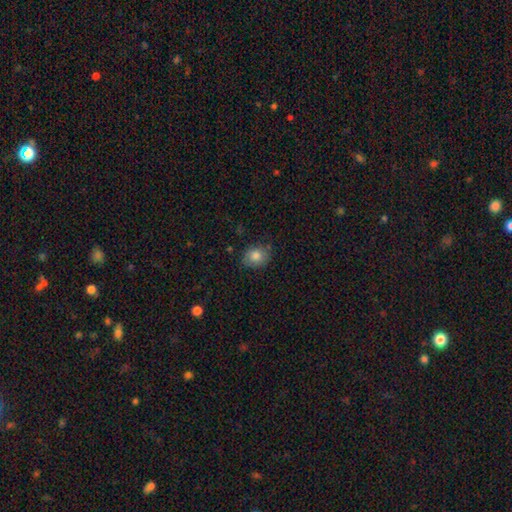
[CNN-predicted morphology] Smooth or featured? Predicted: smooth (p=0.80). How rounded? Predicted: round (p=0.52). Merging? Predicted: none (p=0.75).